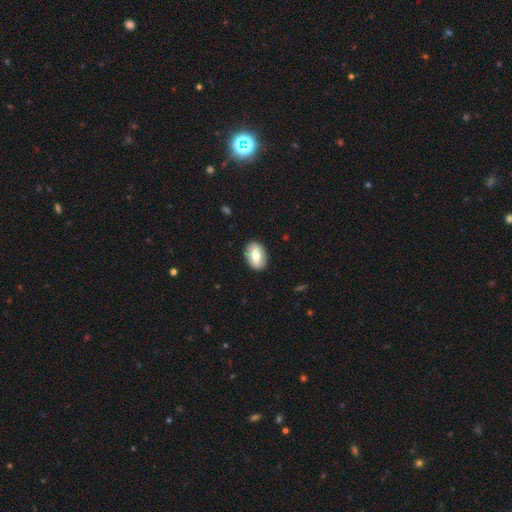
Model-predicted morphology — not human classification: Smooth or featured? smooth (66%)
How rounded? in between (85%)
Merging? none (89%)